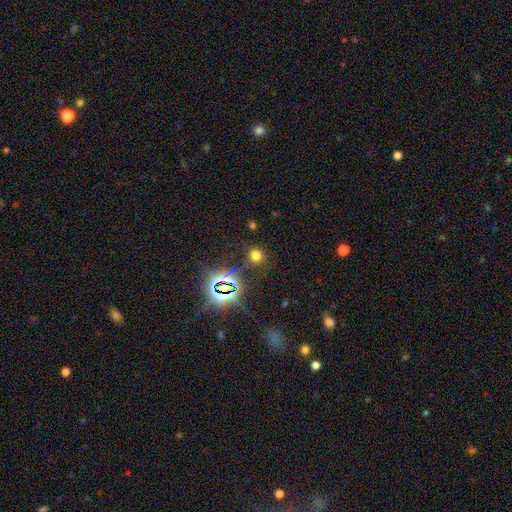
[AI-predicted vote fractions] smooth-or-featured: smooth: 60% | star or artifact: 33% | featured or disk: 7%
  how-rounded: round: 83% | in between: 16% | cigar-shaped: 1%
  merging: none: 82% | minor disturbance: 10% | major disturbance: 5% | merger: 3%